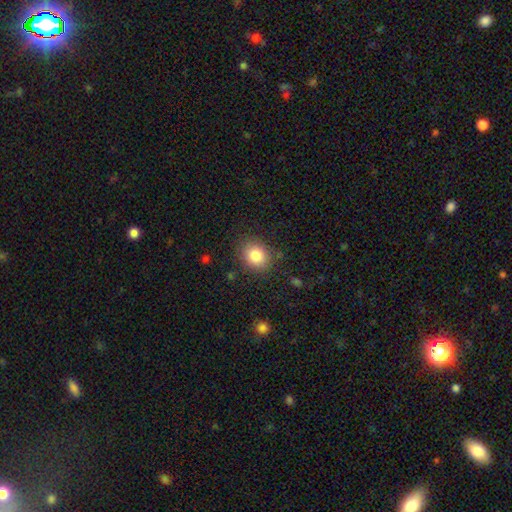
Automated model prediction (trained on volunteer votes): Smooth or featured?
  - smooth: 84% *
  - star or artifact: 9%
  - featured or disk: 7%
How rounded?
  - round: 58% *
  - in between: 41%
  - cigar-shaped: 1%
Merging?
  - none: 82% *
  - minor disturbance: 12%
  - major disturbance: 4%
  - merger: 2%